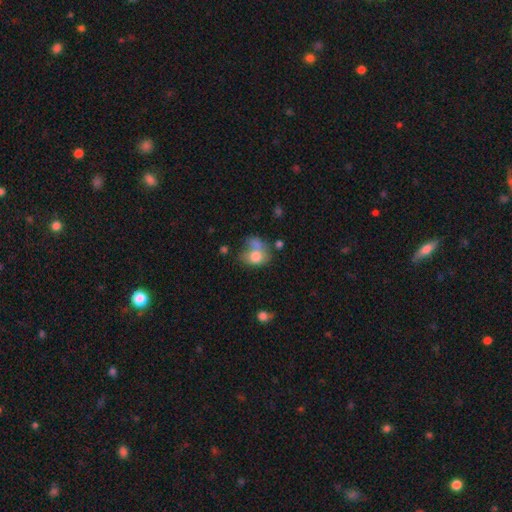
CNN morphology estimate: type=smooth (73%); roundness=in between (56%); merging=merger (38%).